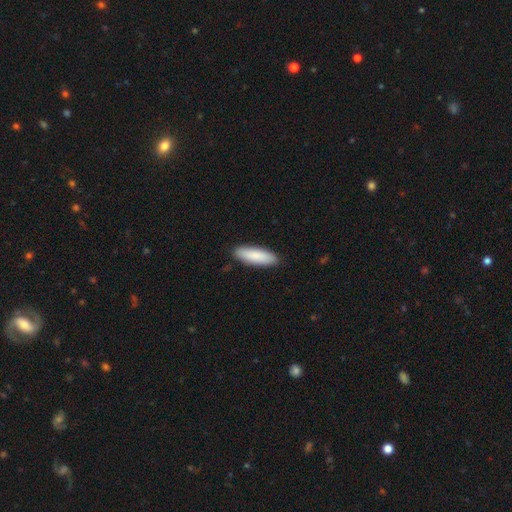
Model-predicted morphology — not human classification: A smooth galaxy with no disk features (88%) that is in between round and cigar-shaped (53%). Merging: none (89%).